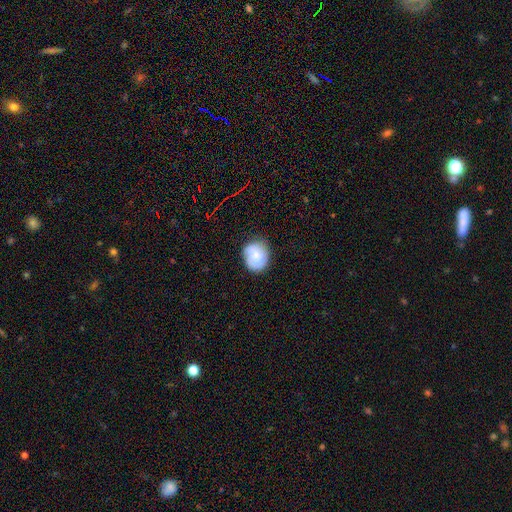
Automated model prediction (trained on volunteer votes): A smooth galaxy with no disk features (57%) that is round (66%). Merging: none (71%).